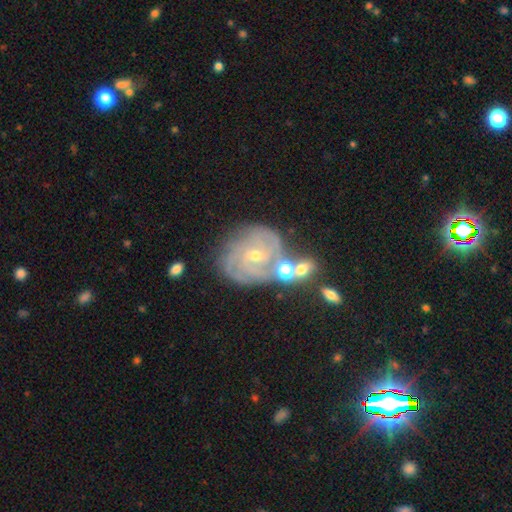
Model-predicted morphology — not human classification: This appears to be a featured or disk galaxy (84%) with no bar (57%), 3 (25%, tied with 4) tight (70%) spiral arms (96%) and a small central bulge (68%). Merging: none (61%).